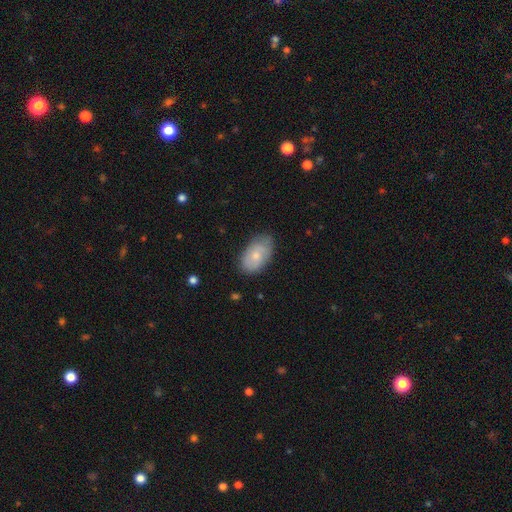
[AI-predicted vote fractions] The model was most divided on "smooth or featured": smooth: 65%, featured or disk: 29%, star or artifact: 6%. More confident: how rounded — in between (92%); merging — none (70%).